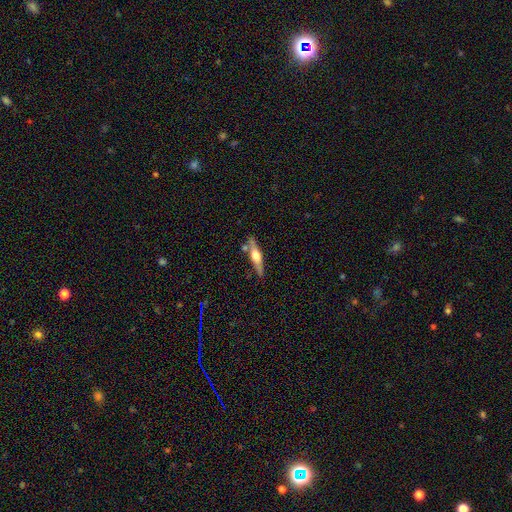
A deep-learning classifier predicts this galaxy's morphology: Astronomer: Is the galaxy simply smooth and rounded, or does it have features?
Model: featured or disk — 68%.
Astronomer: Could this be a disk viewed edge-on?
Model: yes — 96%.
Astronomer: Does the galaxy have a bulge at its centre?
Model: rounded — 93%.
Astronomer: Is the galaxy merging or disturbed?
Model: none — 78%.